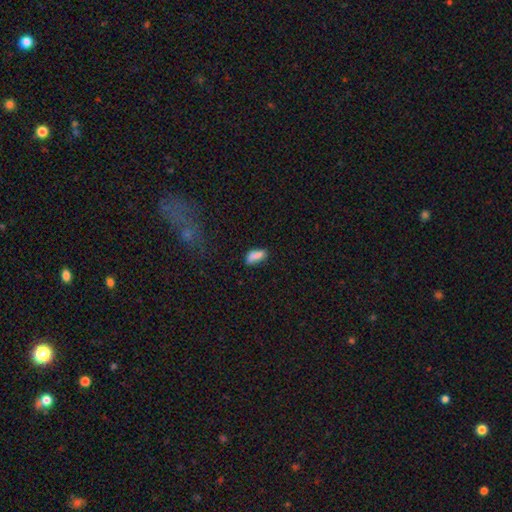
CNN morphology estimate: This is clearly a smooth galaxy (83%). How rounded: likely in between (78%). Merging: likely none (61%).